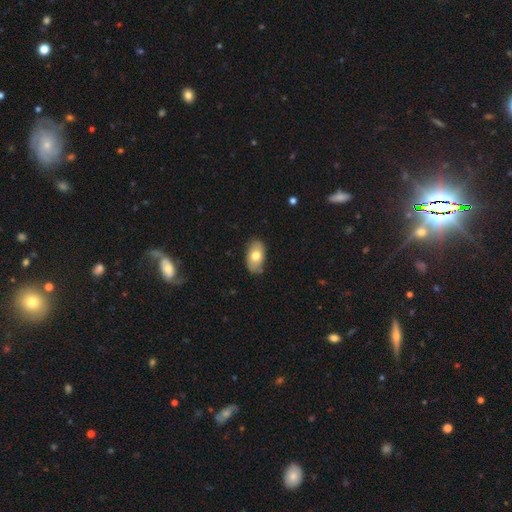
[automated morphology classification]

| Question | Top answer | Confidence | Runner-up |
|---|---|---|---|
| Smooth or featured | smooth | 72% | featured or disk (21%) |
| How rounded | in between | 93% | round (6%) |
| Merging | none | 81% | minor disturbance (15%) |